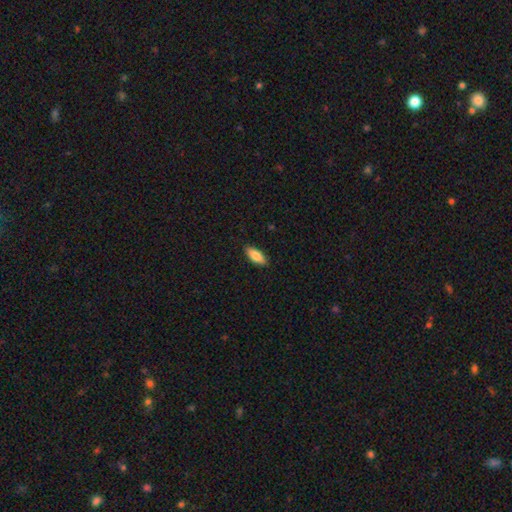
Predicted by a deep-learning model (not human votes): Smooth or featured? smooth (83%)
How rounded? in between (76%)
Merging? none (87%)